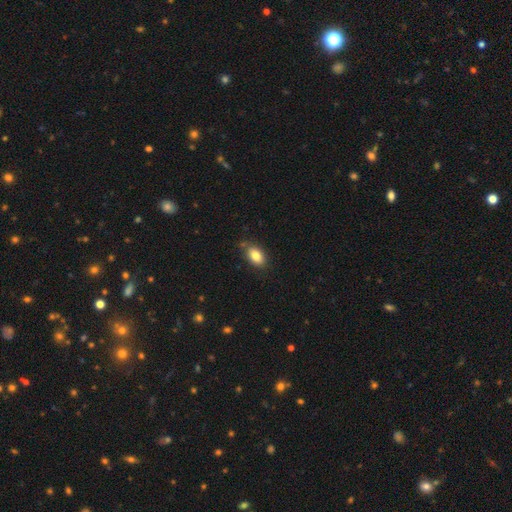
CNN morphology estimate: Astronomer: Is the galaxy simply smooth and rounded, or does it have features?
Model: smooth — 83%.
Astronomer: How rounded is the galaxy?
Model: in between — 89%.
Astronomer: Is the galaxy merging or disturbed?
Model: none — 79%.